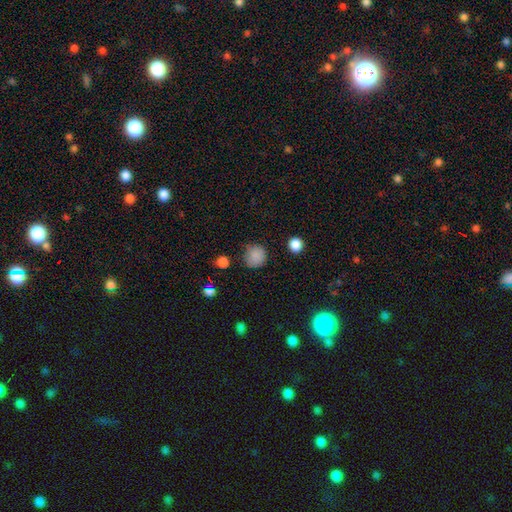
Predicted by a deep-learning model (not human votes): Smooth or featured? smooth (85%)
How rounded? round (90%)
Merging? none (80%)